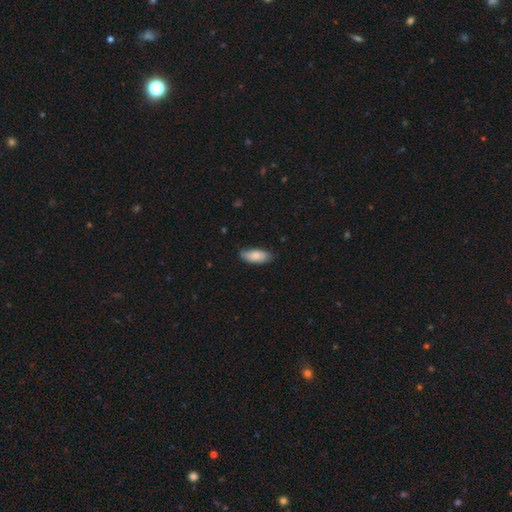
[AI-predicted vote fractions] Smooth or featured? Predicted: smooth (p=0.82). How rounded? Predicted: in between (p=0.85). Merging? Predicted: none (p=0.73).